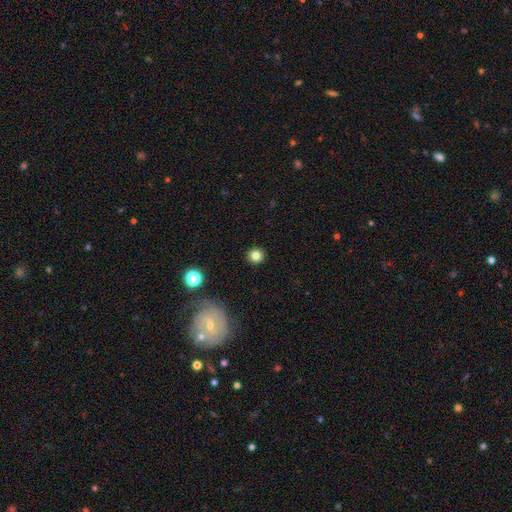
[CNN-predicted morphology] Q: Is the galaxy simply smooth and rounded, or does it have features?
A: smooth — 81%.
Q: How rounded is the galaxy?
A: round — 91%.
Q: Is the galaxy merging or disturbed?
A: none — 92%.